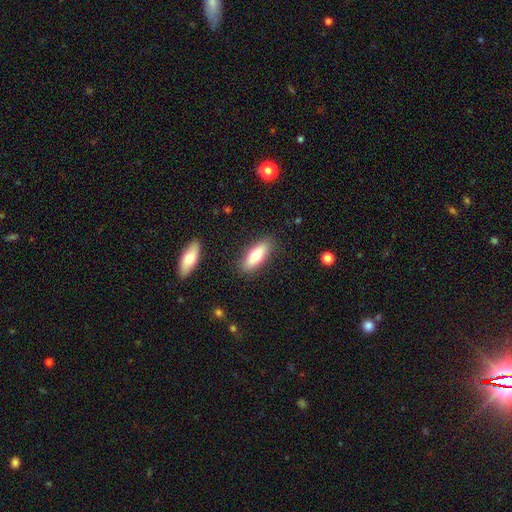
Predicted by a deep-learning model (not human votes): smooth-or-featured: smooth: 69% | featured or disk: 24% | star or artifact: 6%
  how-rounded: in between: 62% | cigar-shaped: 35% | round: 2%
  merging: none: 86% | minor disturbance: 9% | major disturbance: 2% | merger: 2%